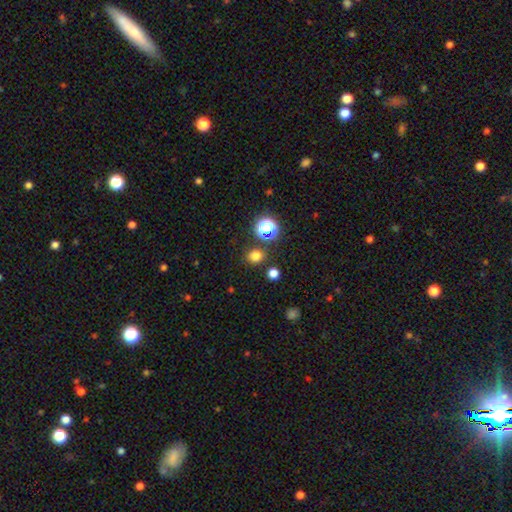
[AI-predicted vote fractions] Morphology: type=smooth (75%); roundness=round (81%); merging=none (84%).